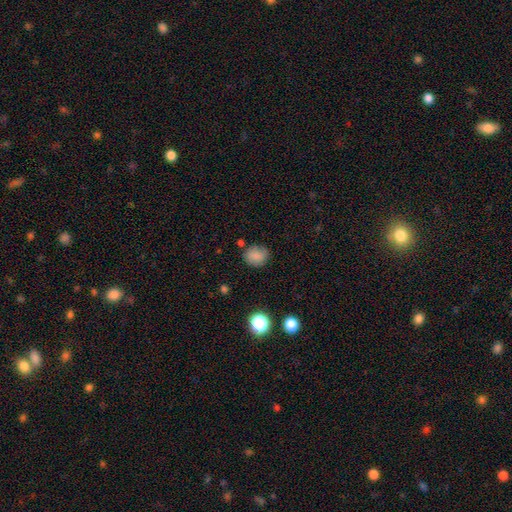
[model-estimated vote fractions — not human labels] A smooth galaxy with no disk features (83%) that is round (68%).

Vote fractions:
- Smooth or featured? smooth: 83% / star or artifact: 10% / featured or disk: 7%
- How rounded? round: 68% / in between: 31% / cigar-shaped: 1%
- Merging? none: 79% / minor disturbance: 14% / merger: 4% / major disturbance: 3%